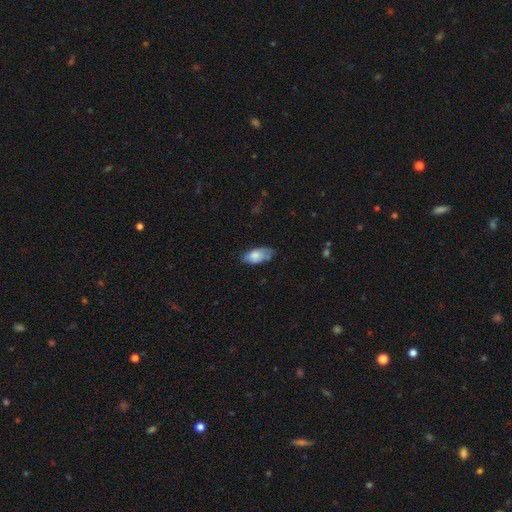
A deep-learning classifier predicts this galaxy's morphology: smooth_or_featured: smooth (p=0.75) [alt: featured or disk p=0.18]
how_rounded: in between (p=0.90) [alt: cigar-shaped p=0.08]
merging: none (p=0.62) [alt: minor disturbance p=0.30]